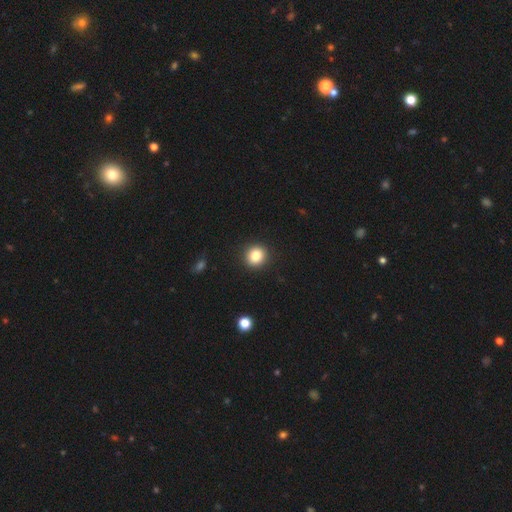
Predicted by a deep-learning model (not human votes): smooth_or_featured: smooth (p=0.83) [alt: star or artifact p=0.10]
how_rounded: round (p=0.89) [alt: in between p=0.10]
merging: none (p=0.92) [alt: minor disturbance p=0.05]